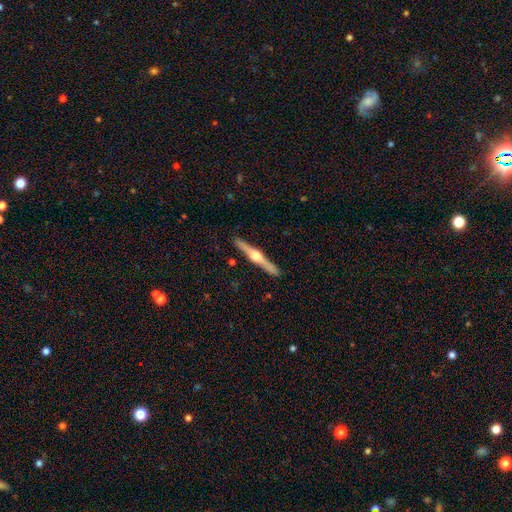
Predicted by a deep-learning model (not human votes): smooth_or_featured: featured or disk (p=0.77) [alt: smooth p=0.19]
disk_edge_on: yes (p=0.98) [alt: no p=0.02]
edge_on_bulge: rounded (p=0.95) [alt: boxy p=0.03]
merging: none (p=0.92) [alt: minor disturbance p=0.06]